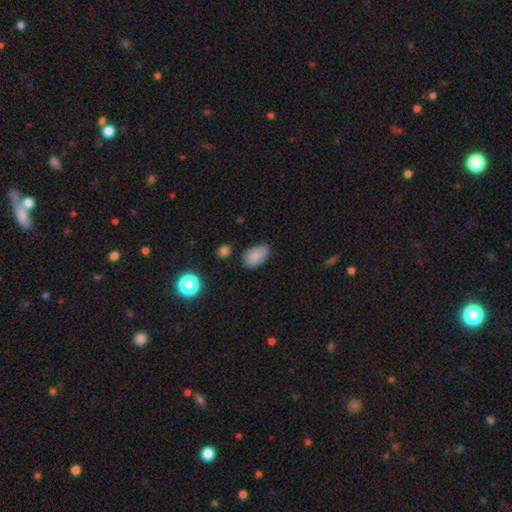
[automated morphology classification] This appears to be a smooth galaxy with no disk features (85%) that is in between round and cigar-shaped (92%). Merging: none (71%).